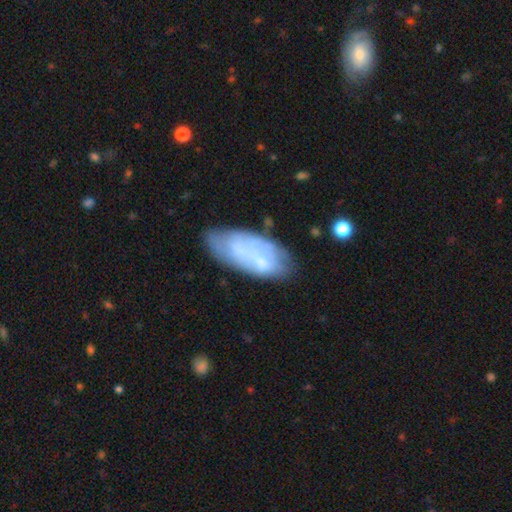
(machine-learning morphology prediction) A featured or disk galaxy (51%).

Vote fractions:
- Smooth or featured? featured or disk: 51% / smooth: 41% / star or artifact: 8%
- Edge-on disk? no: 90% / yes: 10%
- Merging? none: 58% / minor disturbance: 25% / major disturbance: 10% / merger: 7%